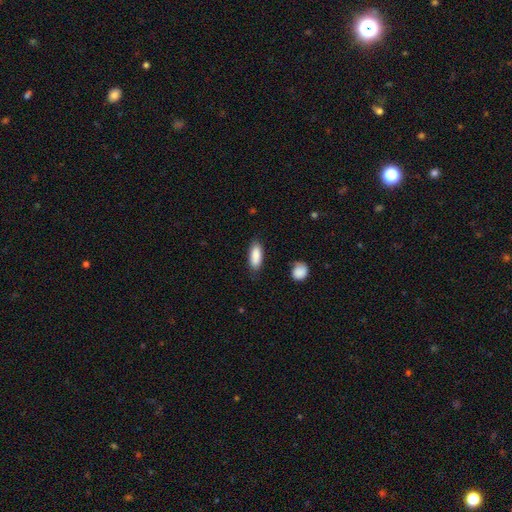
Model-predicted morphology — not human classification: This is clearly a smooth galaxy (88%). How rounded: likely in between (77%). Merging: likely none (79%).